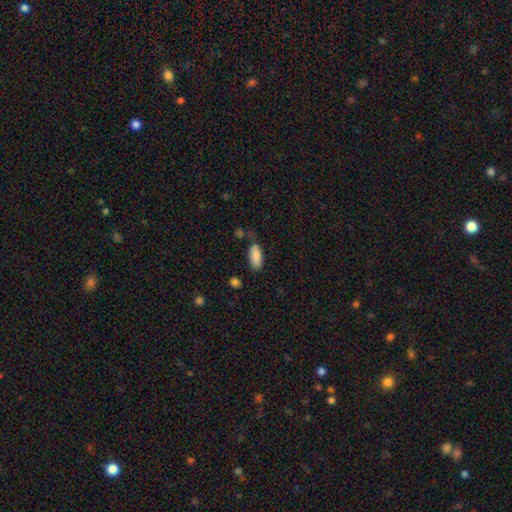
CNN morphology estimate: Smooth or featured? smooth (87%)
How rounded? in between (82%)
Merging? none (70%)